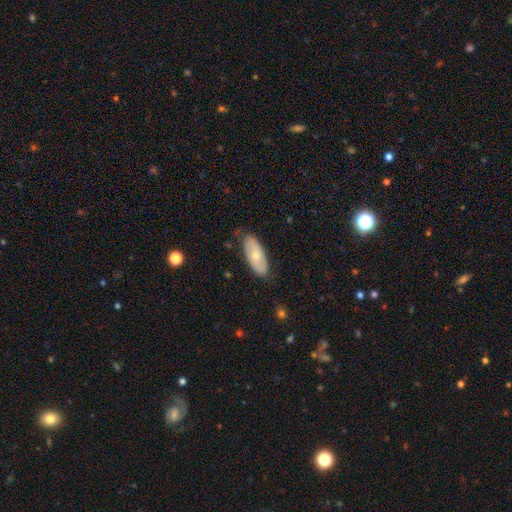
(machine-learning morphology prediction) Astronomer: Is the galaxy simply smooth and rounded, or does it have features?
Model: smooth — 59% (runner-up: featured or disk, 36%).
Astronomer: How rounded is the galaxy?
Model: in between — 85%.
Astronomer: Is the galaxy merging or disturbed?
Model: none — 80%.